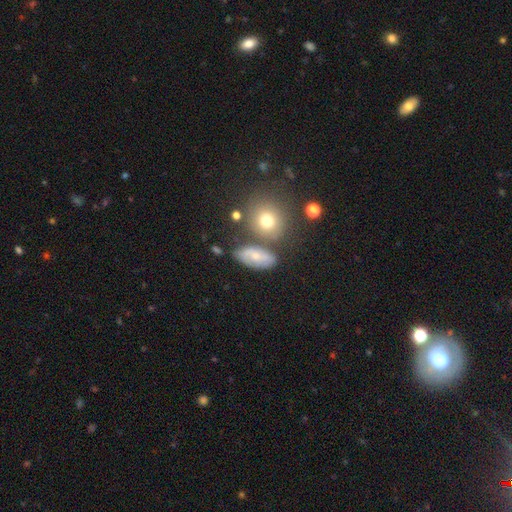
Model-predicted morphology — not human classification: A smooth galaxy with no disk features (51%) that is in between round and cigar-shaped (73%). Merging: none (64%).